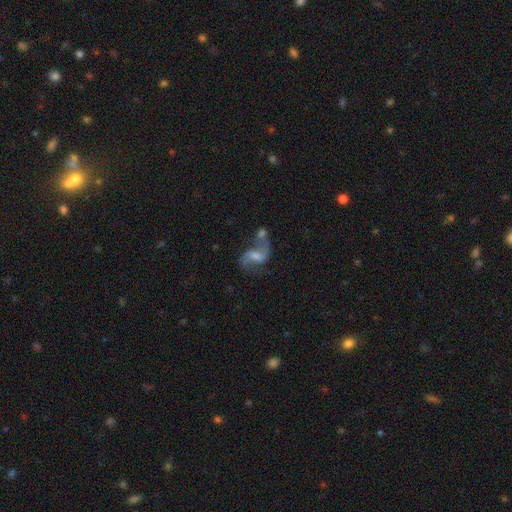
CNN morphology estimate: Smooth or featured: featured or disk — 74% (smooth — 18%)
Edge-on disk: no — 97% (yes — 3%)
Bar: weak — 51% (no — 31%)
Spiral arms: yes — 90% (no — 10%)
Spiral winding: loose — 67% (medium — 27%)
Spiral arm count: 2 — 87% (1 — 6%)
Bulge size: moderate — 37% (small — 27%)
Merging: none — 35% (merger — 34%)